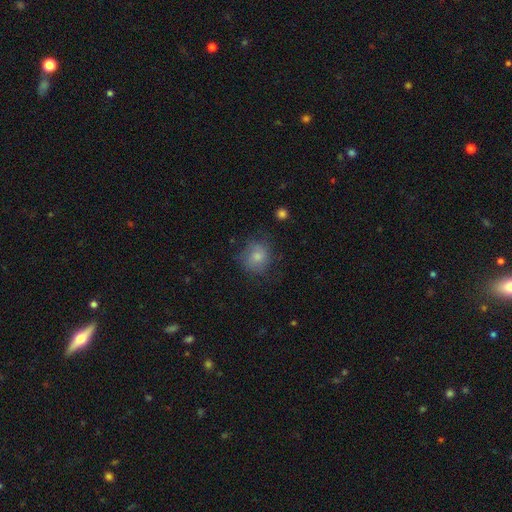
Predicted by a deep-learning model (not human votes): Q: Smooth or featured?
A: smooth (71%); runner-up: featured or disk (18%)
Q: How rounded?
A: round (80%); runner-up: in between (19%)
Q: Merging?
A: none (70%); runner-up: minor disturbance (20%)